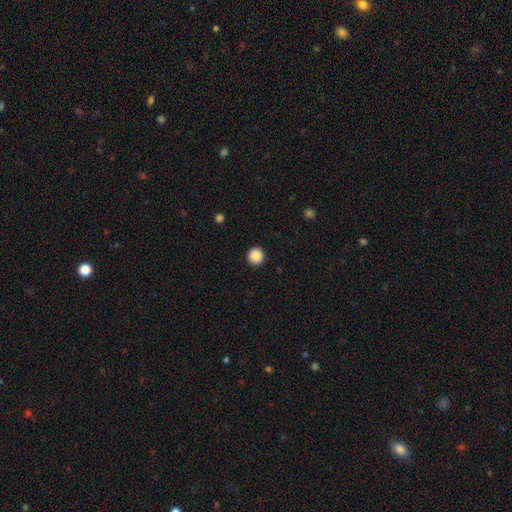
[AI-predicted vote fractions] Q: Smooth or featured?
A: smooth (88%); runner-up: star or artifact (9%)
Q: How rounded?
A: round (96%); runner-up: in between (3%)
Q: Merging?
A: none (93%); runner-up: minor disturbance (4%)